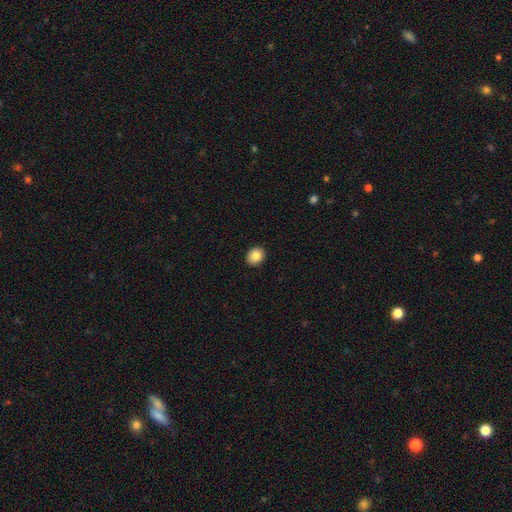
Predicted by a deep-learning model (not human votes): This appears to be a smooth galaxy with no disk features (84%) that is round (64%). Merging: none (91%).